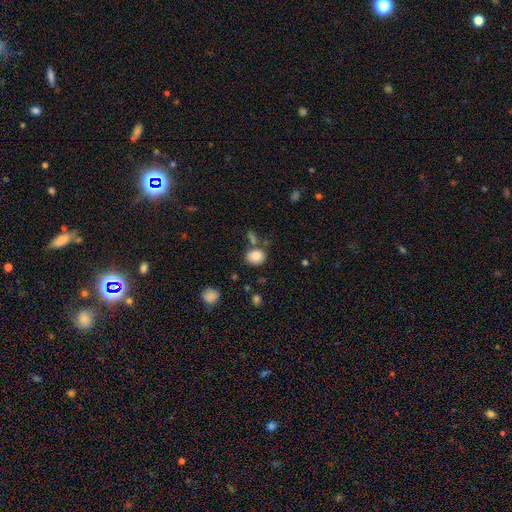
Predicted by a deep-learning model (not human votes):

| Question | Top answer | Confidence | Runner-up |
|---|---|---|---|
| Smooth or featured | smooth | 83% | star or artifact (9%) |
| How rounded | round | 59% | in between (40%) |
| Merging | none | 68% | minor disturbance (14%) |